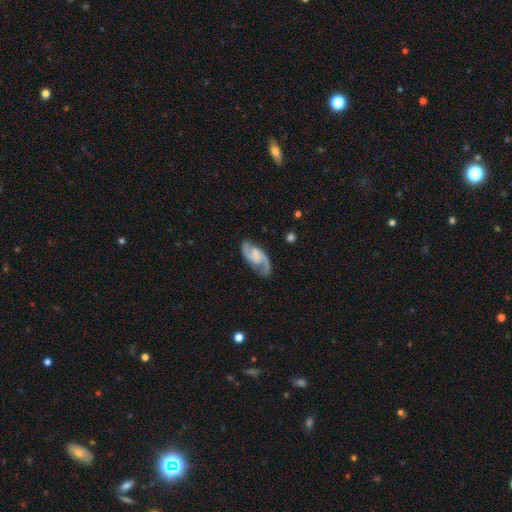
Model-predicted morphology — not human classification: This appears to be a featured or disk galaxy (90%) with a weak bar (44%), 2 (94%) medium (57%) spiral arms (98%) and no central bulge (52%). Merging: none (81%).